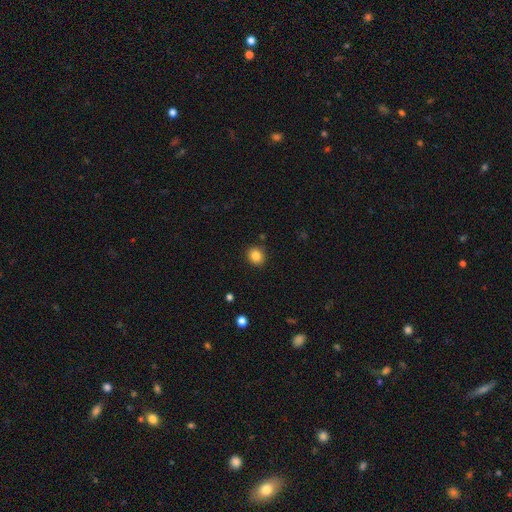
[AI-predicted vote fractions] smooth 84%, star or artifact 10%, featured or disk 5%. Down the decision tree: how rounded — round (81%); merging — none (90%).